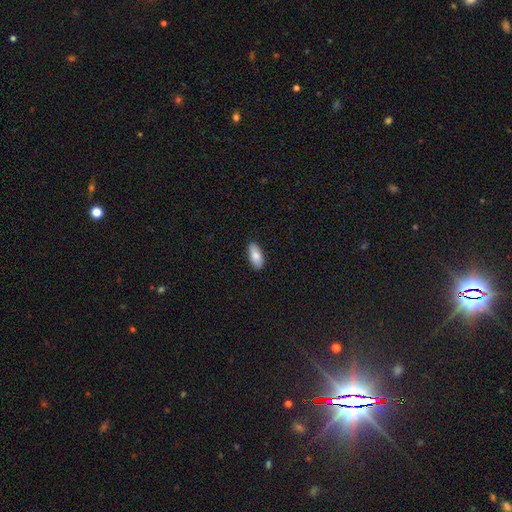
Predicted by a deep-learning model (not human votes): This appears to be a smooth galaxy with no disk features (83%) that is in between round and cigar-shaped (87%). Merging: none (88%).